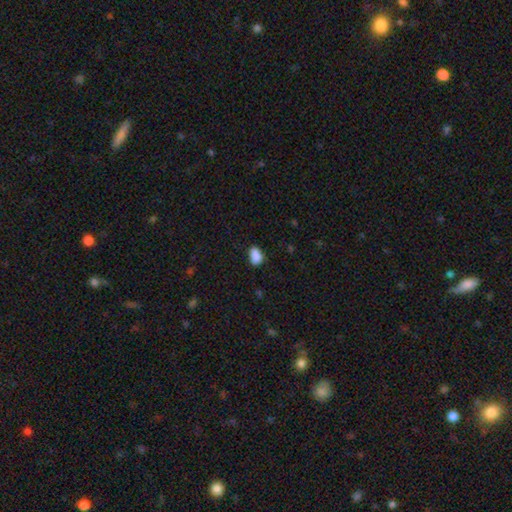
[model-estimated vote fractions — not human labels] This appears to be a smooth galaxy with no disk features (87%) that is in between round and cigar-shaped (88%). Merging: none (70%).